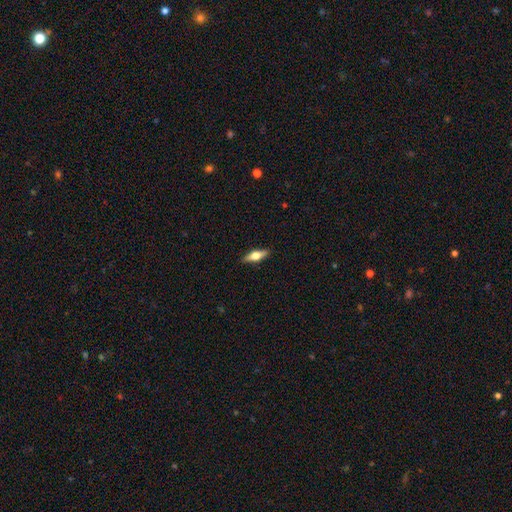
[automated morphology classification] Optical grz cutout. It shows a smooth galaxy with no disk features (48%). Merging: none (89%).